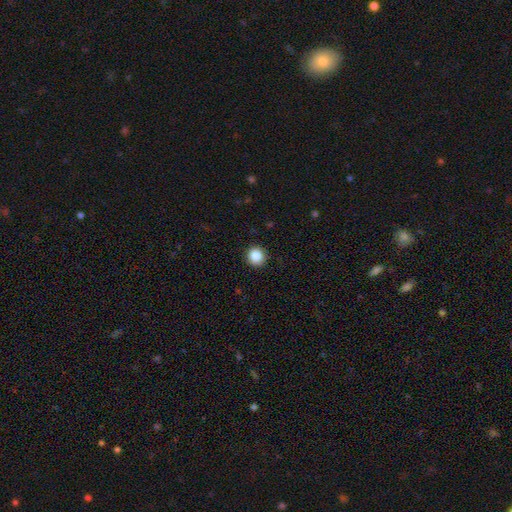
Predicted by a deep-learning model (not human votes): smooth_or_featured: smooth (p=0.86) [alt: star or artifact p=0.10]
how_rounded: round (p=0.88) [alt: in between p=0.11]
merging: none (p=0.92) [alt: minor disturbance p=0.05]